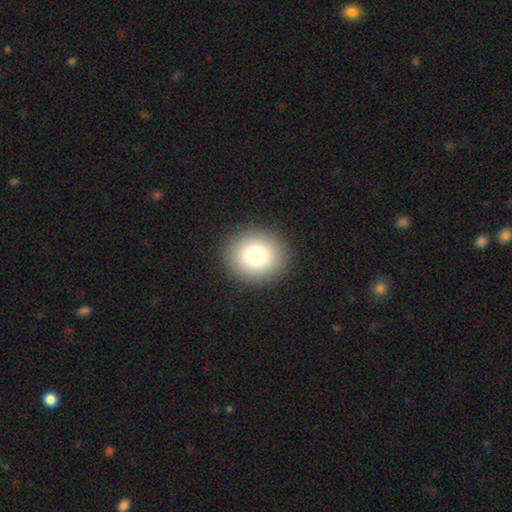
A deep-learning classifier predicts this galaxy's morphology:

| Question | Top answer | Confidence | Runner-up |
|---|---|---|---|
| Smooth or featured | smooth | 80% | star or artifact (11%) |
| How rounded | round | 81% | in between (18%) |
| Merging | none | 91% | minor disturbance (6%) |